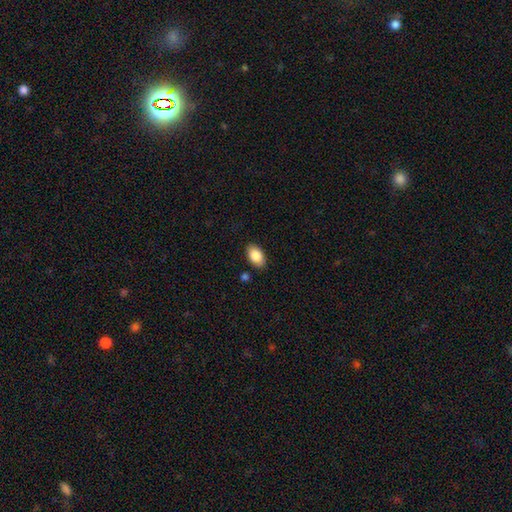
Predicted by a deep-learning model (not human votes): The model was most divided on "merging": none: 86%, minor disturbance: 10%, major disturbance: 2%, merger: 2%. More confident: how rounded — in between (92%); smooth or featured — smooth (87%).